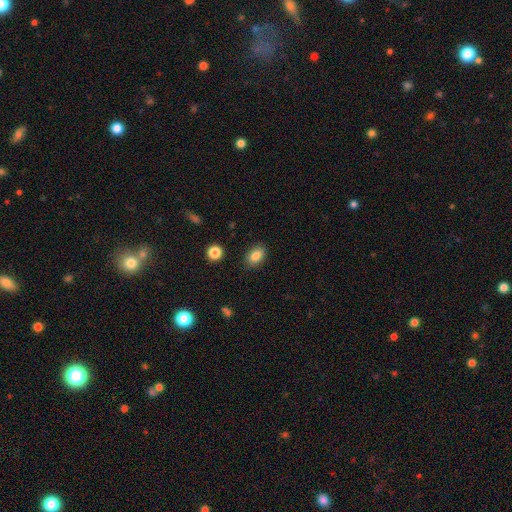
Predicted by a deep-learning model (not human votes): The model was most divided on "how rounded": in between: 83%, round: 15%, cigar-shaped: 2%. More confident: merging — none (87%); smooth or featured — smooth (84%).